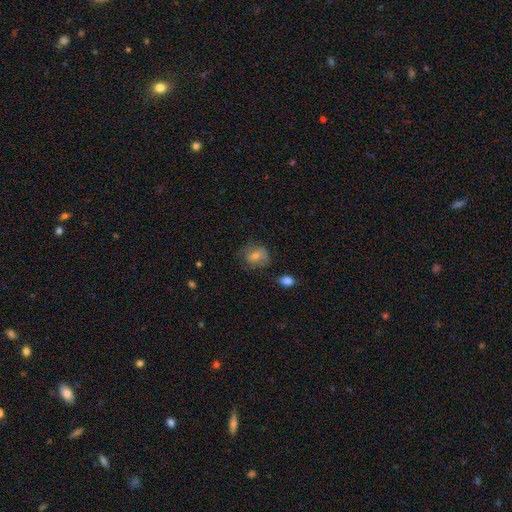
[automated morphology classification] Smooth or featured?
  - smooth: 70% *
  - featured or disk: 21%
  - star or artifact: 9%
How rounded?
  - round: 62% *
  - in between: 36%
  - cigar-shaped: 1%
Merging?
  - none: 62% *
  - minor disturbance: 25%
  - major disturbance: 10%
  - merger: 2%